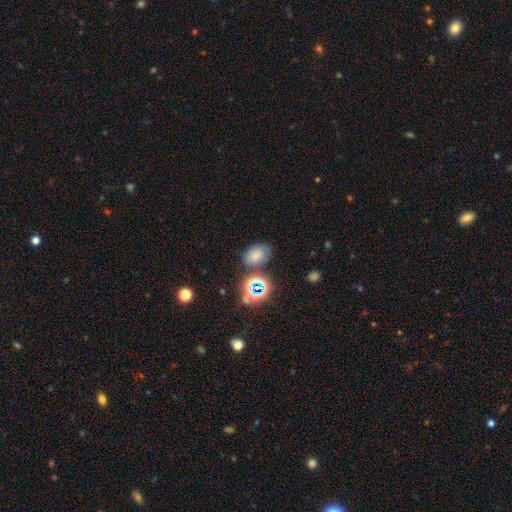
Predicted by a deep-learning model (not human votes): The model was most divided on "smooth or featured": smooth: 65%, star or artifact: 23%, featured or disk: 12%. More confident: how rounded — in between (77%); merging — none (68%).